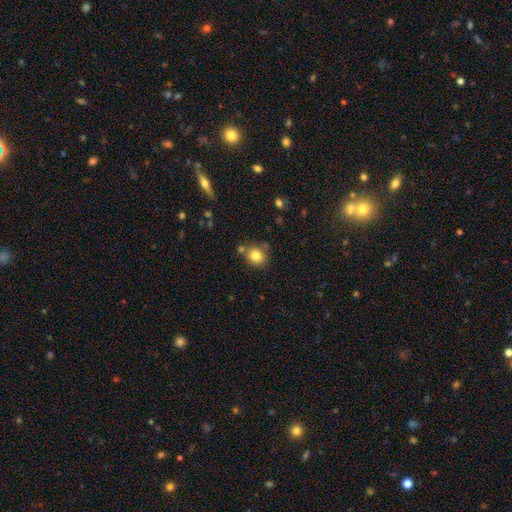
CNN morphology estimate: Smooth or featured?
  - smooth: 82% *
  - star or artifact: 10%
  - featured or disk: 8%
How rounded?
  - round: 68% *
  - in between: 31%
  - cigar-shaped: 1%
Merging?
  - none: 70% *
  - minor disturbance: 15%
  - merger: 11%
  - major disturbance: 4%